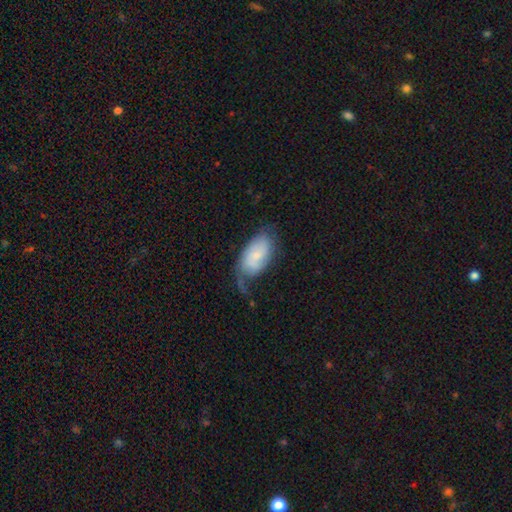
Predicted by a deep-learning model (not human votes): This appears to be a smooth galaxy with no disk features (51%) that is in between round and cigar-shaped (93%). Merging: none (38%).